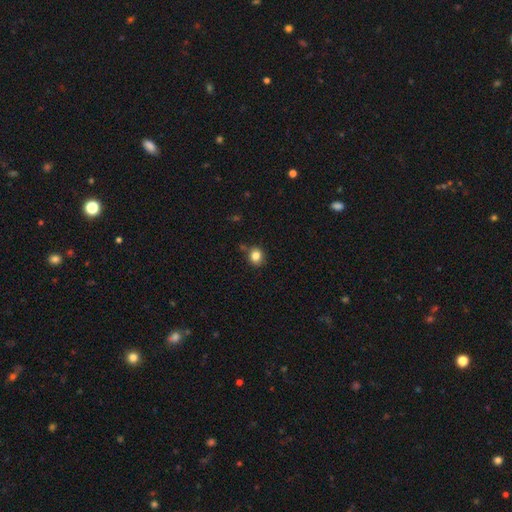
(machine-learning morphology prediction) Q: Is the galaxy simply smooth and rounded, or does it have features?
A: smooth — 83%.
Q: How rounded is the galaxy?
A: round — 81%.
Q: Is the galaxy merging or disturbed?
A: none — 80%.